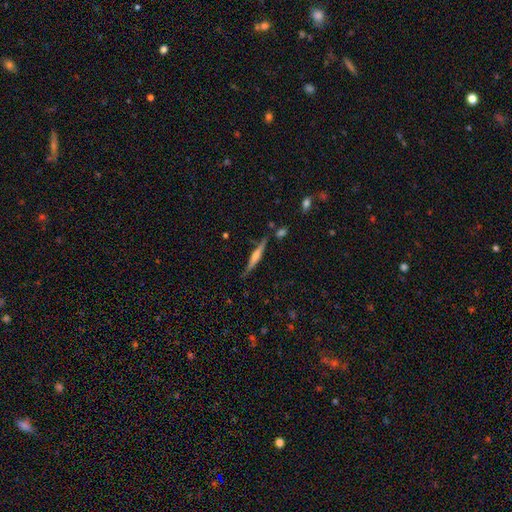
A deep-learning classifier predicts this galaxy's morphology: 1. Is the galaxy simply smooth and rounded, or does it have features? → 58% featured or disk, 35% smooth, 6% star or artifact.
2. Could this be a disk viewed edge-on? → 96% yes, 4% no.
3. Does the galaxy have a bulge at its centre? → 57% rounded, 24% boxy, 19% none.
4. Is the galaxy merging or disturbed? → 77% none, 15% minor disturbance, 4% merger, 3% major disturbance.